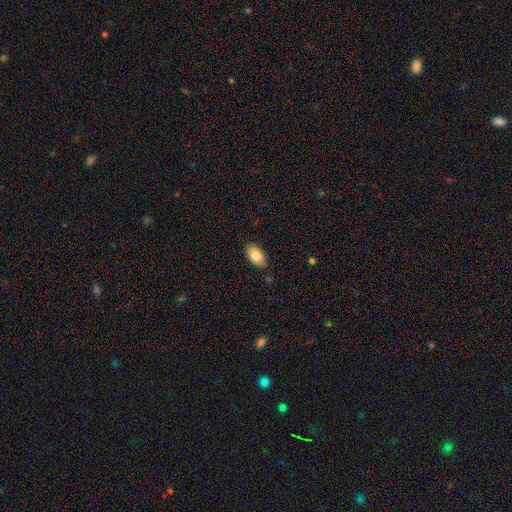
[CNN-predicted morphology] The model was most divided on "smooth or featured": smooth: 81%, featured or disk: 12%, star or artifact: 7%. More confident: how rounded — in between (93%); merging — none (84%).